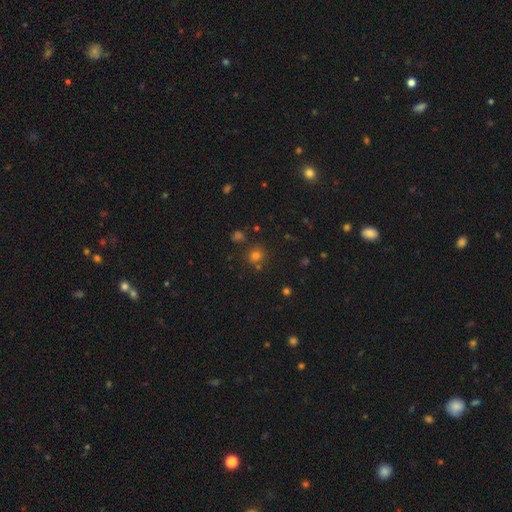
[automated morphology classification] This appears to be a smooth galaxy with no disk features (72%) that is round (86%). Merging: none (77%).